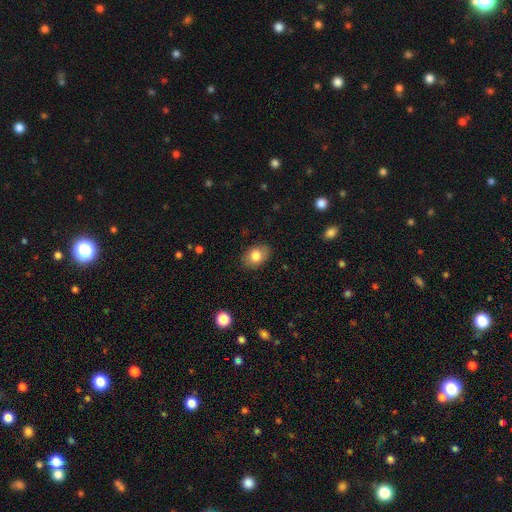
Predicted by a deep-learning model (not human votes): smooth_or_featured: smooth (p=0.82) [alt: featured or disk p=0.10]
how_rounded: in between (p=0.73) [alt: round p=0.26]
merging: none (p=0.85) [alt: minor disturbance p=0.11]